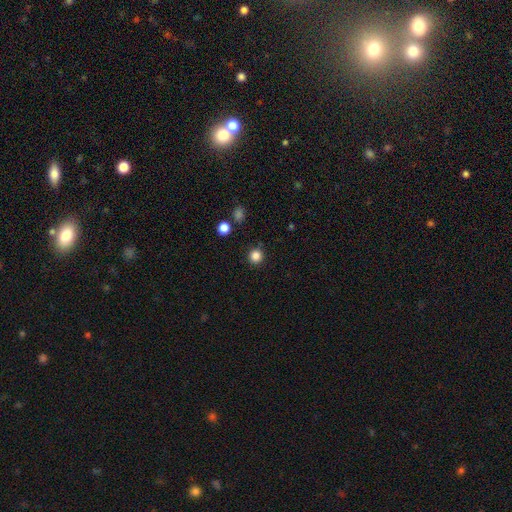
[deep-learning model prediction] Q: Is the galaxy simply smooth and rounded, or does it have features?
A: smooth — 84%.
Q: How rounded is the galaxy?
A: round — 95%.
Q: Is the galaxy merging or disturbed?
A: none — 89%.